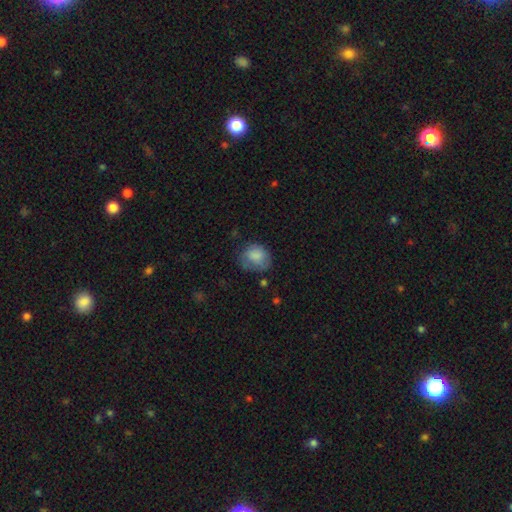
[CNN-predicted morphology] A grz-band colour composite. It shows a smooth galaxy with no disk features (77%) that is round (60%). Merging: none (51%).